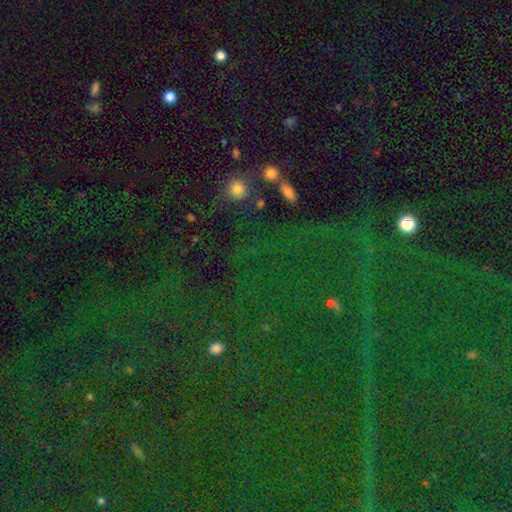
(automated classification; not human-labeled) Smooth or featured?
  - star or artifact: 76% *
  - smooth: 16%
  - featured or disk: 8%